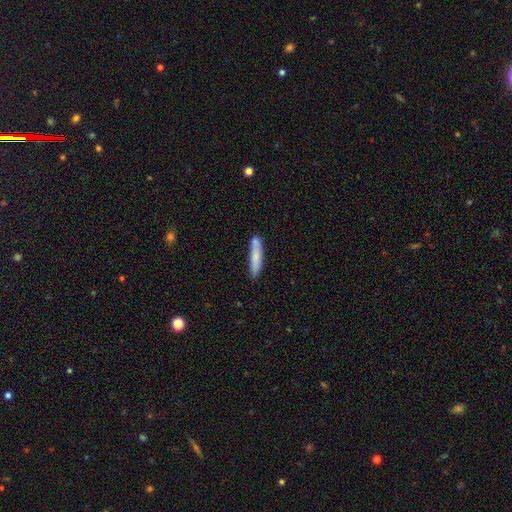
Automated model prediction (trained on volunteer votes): Overall: smooth (72%). How rounded: cigar-shaped (88%). Merging: none (72%).